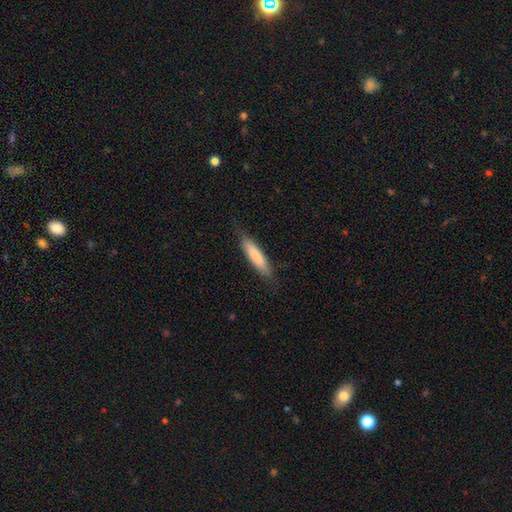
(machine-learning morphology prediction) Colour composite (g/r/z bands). It shows a smooth galaxy with no disk features (80%) that is cigar-shaped (80%). Merging: none (83%).